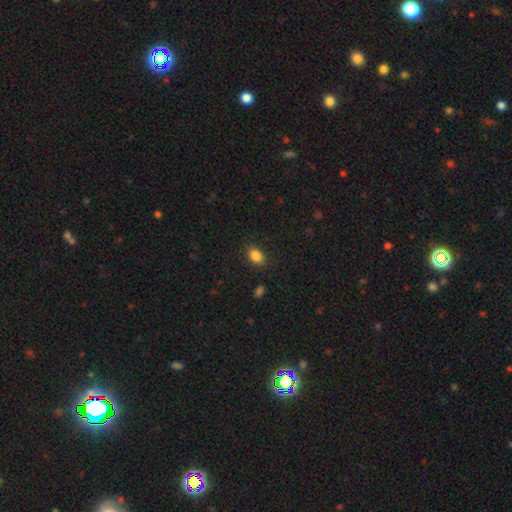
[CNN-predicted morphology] type=smooth (86%); roundness=in between (83%); merging=none (87%).